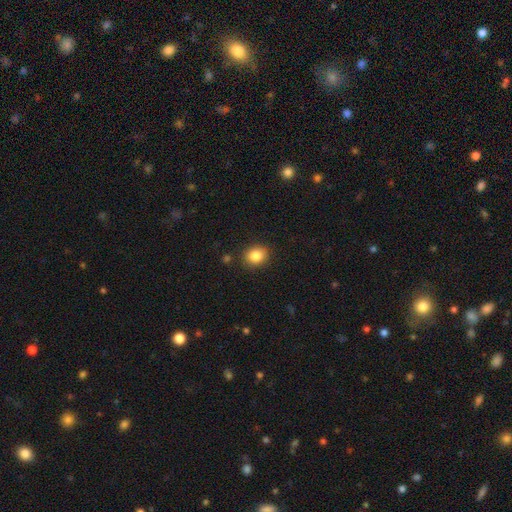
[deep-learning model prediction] smooth_or_featured: smooth (p=0.85) [alt: star or artifact p=0.10]
how_rounded: round (p=0.61) [alt: in between p=0.38]
merging: none (p=0.88) [alt: minor disturbance p=0.08]